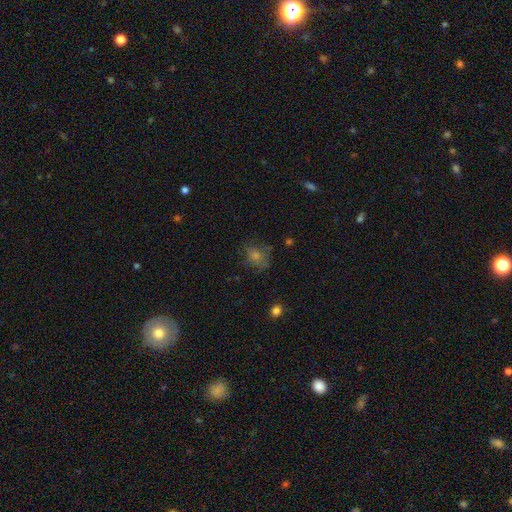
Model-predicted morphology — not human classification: This is possibly a smooth galaxy (54%). How rounded: possibly round (59%). Merging: likely none (68%).